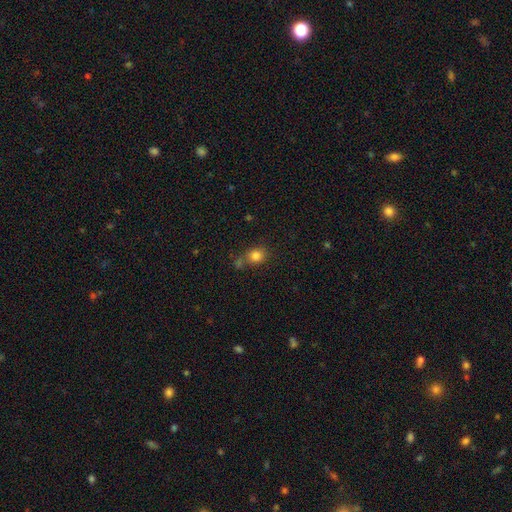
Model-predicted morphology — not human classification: Smooth or featured? smooth (83%)
How rounded? round (71%)
Merging? none (59%)